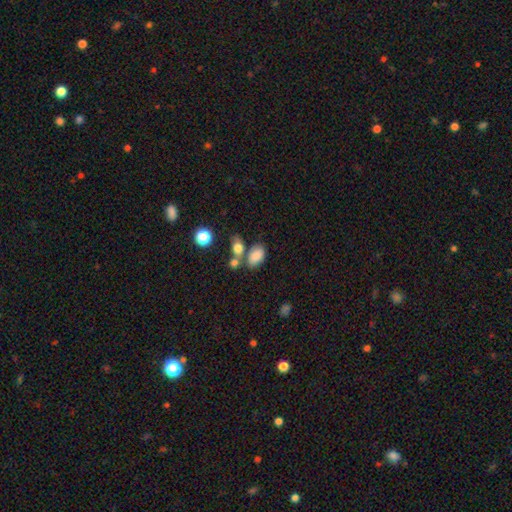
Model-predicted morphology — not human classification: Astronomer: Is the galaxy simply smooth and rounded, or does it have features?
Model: smooth — 83%.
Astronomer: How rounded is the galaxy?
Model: in between — 88%.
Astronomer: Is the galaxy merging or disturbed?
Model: none — 52% (runner-up: merger, 28%).